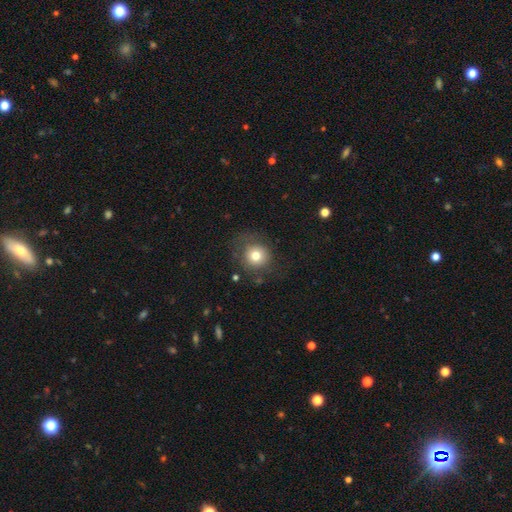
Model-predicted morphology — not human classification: A smooth galaxy with no disk features (75%) that is round (89%).

Vote fractions:
- Smooth or featured? smooth: 75% / featured or disk: 14% / star or artifact: 11%
- How rounded? round: 89% / in between: 10% / cigar-shaped: 1%
- Merging? none: 69% / minor disturbance: 17% / major disturbance: 12% / merger: 2%